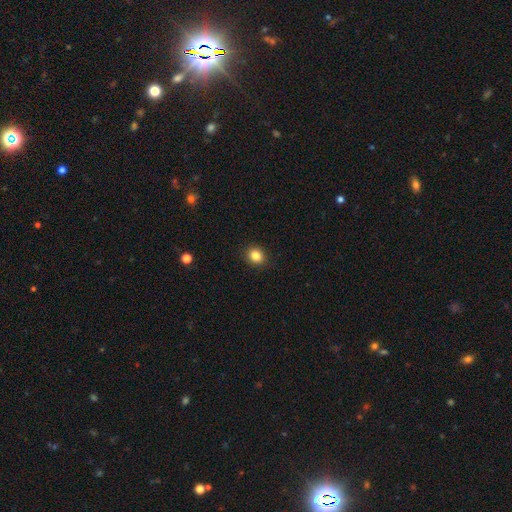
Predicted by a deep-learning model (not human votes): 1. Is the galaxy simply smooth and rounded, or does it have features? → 85% smooth, 10% star or artifact, 5% featured or disk.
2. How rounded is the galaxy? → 74% round, 25% in between, 1% cigar-shaped.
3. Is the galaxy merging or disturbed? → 91% none, 6% minor disturbance, 2% major disturbance, 1% merger.